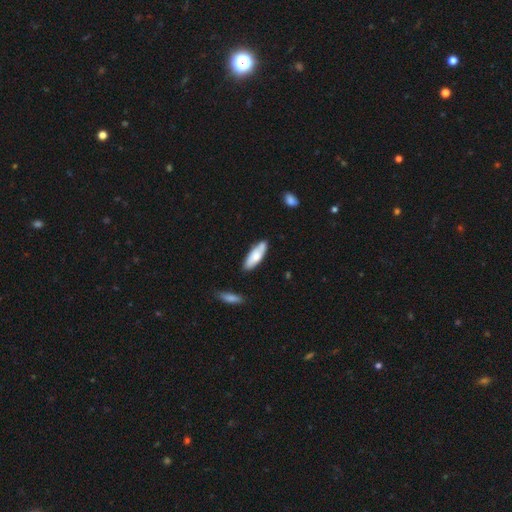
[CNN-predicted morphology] type=smooth (70%); roundness=in between (59%); merging=none (73%).